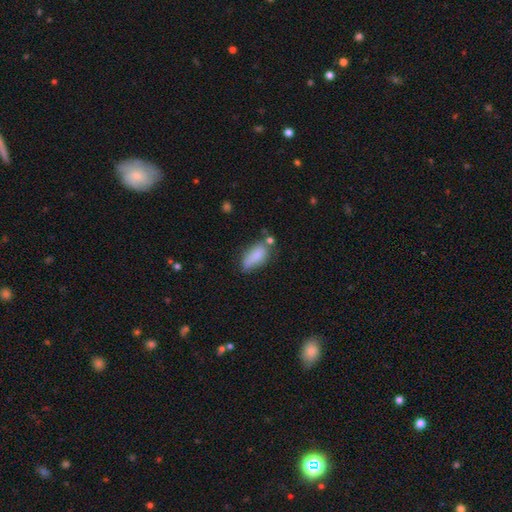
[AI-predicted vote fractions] A smooth galaxy with no disk features (80%) that is in between round and cigar-shaped (78%). Merging: none (46%).